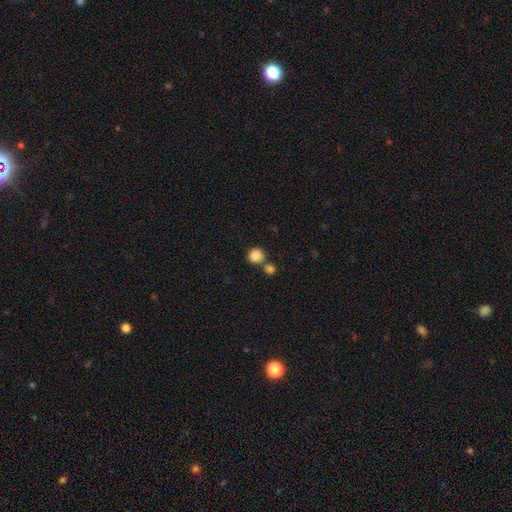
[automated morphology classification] smooth_or_featured: smooth (p=0.87) [alt: star or artifact p=0.09]
how_rounded: round (p=0.92) [alt: in between p=0.07]
merging: none (p=0.62) [alt: merger p=0.27]